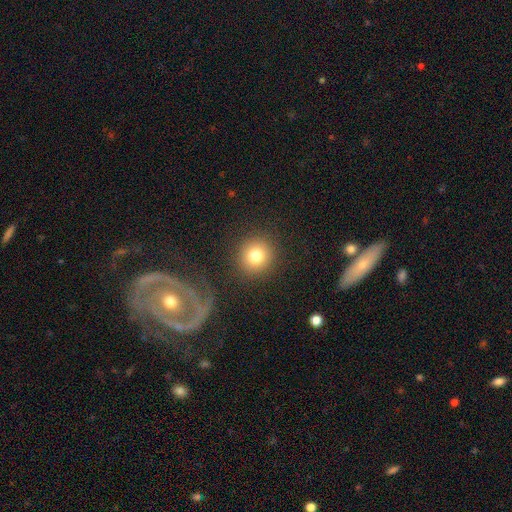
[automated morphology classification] Smooth or featured? Predicted: smooth (p=0.79). How rounded? Predicted: round (p=0.91). Merging? Predicted: none (p=0.87).